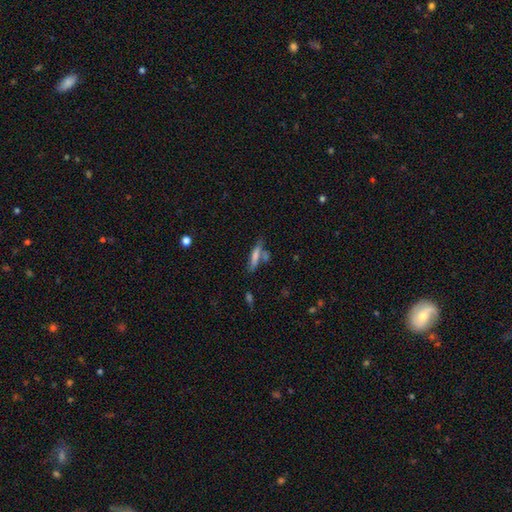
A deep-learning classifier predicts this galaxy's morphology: The model was most divided on "merging": none: 55%, merger: 23%, minor disturbance: 16%, major disturbance: 6%. More confident: how rounded — cigar-shaped (78%); smooth or featured — smooth (67%).